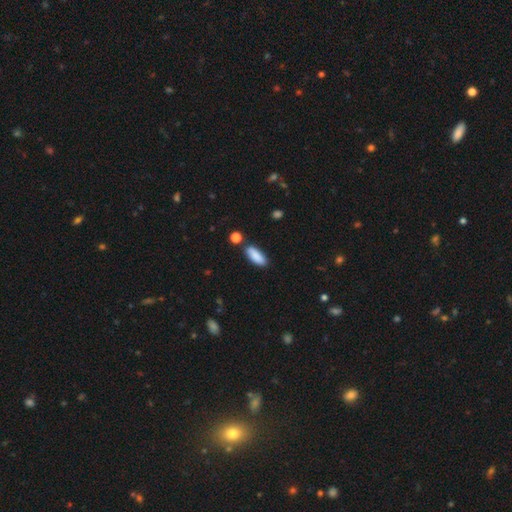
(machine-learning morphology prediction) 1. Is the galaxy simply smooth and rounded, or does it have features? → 88% smooth, 6% star or artifact, 5% featured or disk.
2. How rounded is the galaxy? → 69% in between, 29% cigar-shaped, 2% round.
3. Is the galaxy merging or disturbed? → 81% none, 11% minor disturbance, 5% merger, 3% major disturbance.